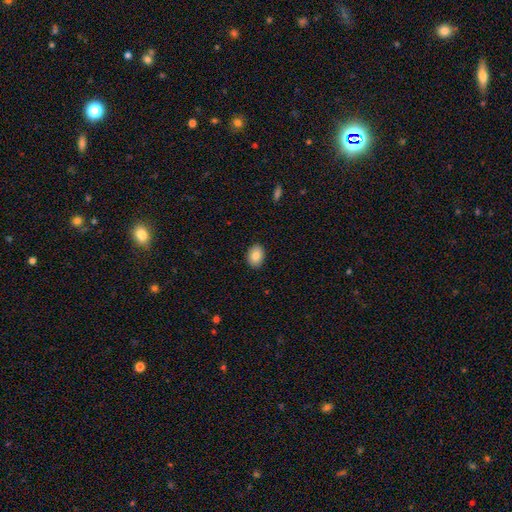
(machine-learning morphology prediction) type=smooth (86%); roundness=in between (78%); merging=none (89%).